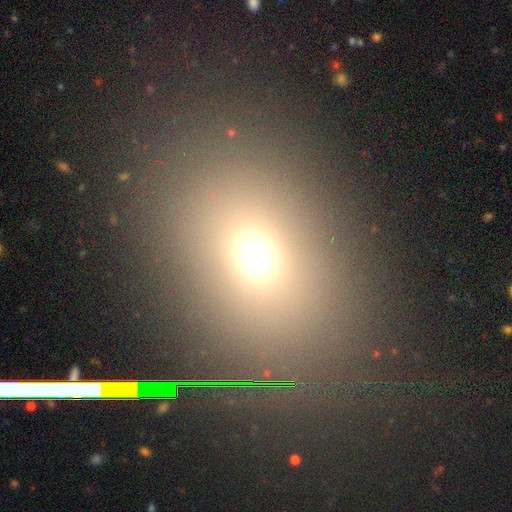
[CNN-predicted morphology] Smooth or featured? smooth (66%)
How rounded? in between (63%)
Merging? none (80%)